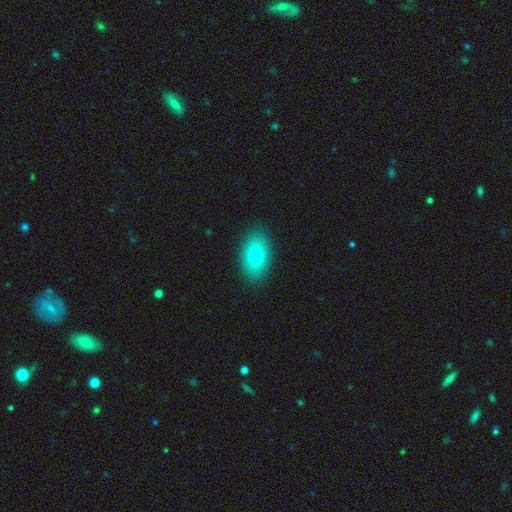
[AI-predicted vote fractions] Q: Smooth or featured?
A: smooth (77%); runner-up: featured or disk (14%)
Q: How rounded?
A: in between (89%); runner-up: round (9%)
Q: Merging?
A: none (88%); runner-up: minor disturbance (8%)